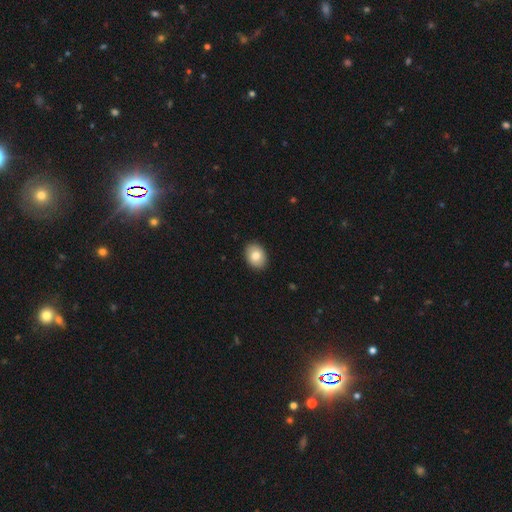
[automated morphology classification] A smooth galaxy with no disk features (83%) that is in between round and cigar-shaped (67%). Merging: none (91%).